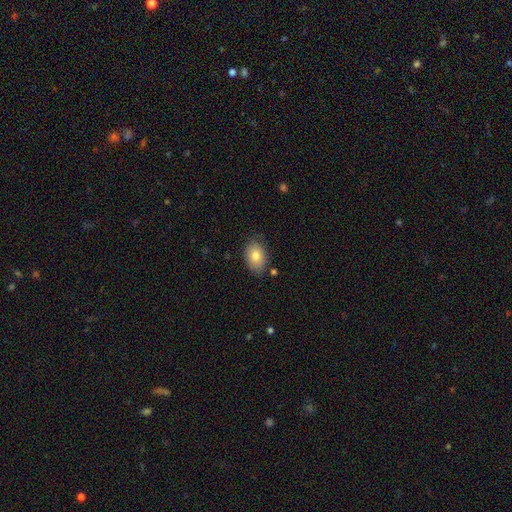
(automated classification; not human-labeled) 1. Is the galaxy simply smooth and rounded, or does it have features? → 81% smooth, 11% featured or disk, 7% star or artifact.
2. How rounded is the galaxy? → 85% in between, 14% round, 1% cigar-shaped.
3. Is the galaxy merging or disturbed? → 78% none, 16% minor disturbance, 3% major disturbance, 2% merger.